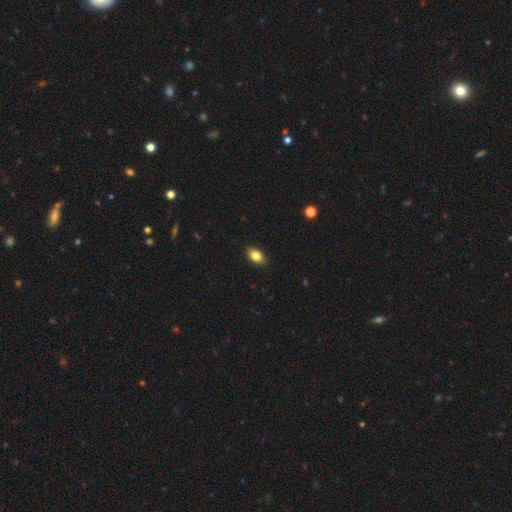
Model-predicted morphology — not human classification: smooth 84%, star or artifact 8%, featured or disk 7%. Down the decision tree: how rounded — in between (88%); merging — none (90%).